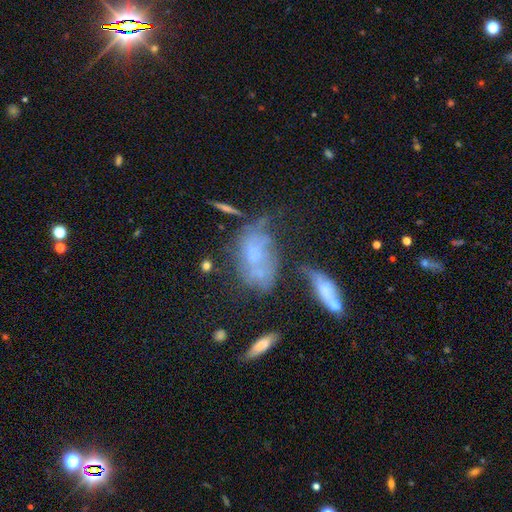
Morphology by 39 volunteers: Smooth or featured?
  - smooth: 49% *
  - featured or disk: 41%
  - star or artifact: 10%
How rounded?
  - in between: 89% *
  - round: 11%
  - cigar-shaped: 0%
Merging?
  - merger: 51% *
  - minor disturbance: 23%
  - none: 20%
  - major disturbance: 6%